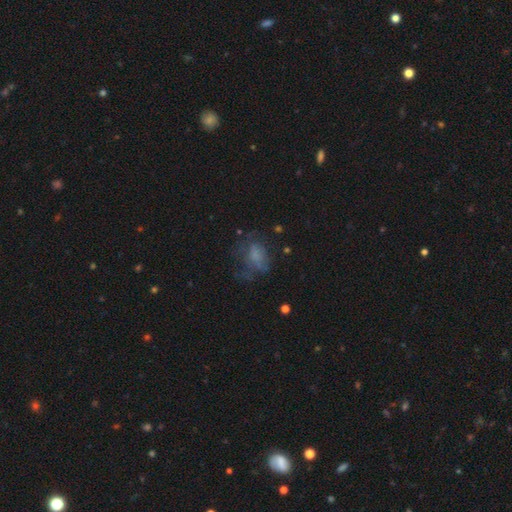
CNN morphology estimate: Smooth or featured: smooth — 55% (featured or disk — 28%)
How rounded: in between — 65% (round — 33%)
Merging: none — 41% (major disturbance — 33%)